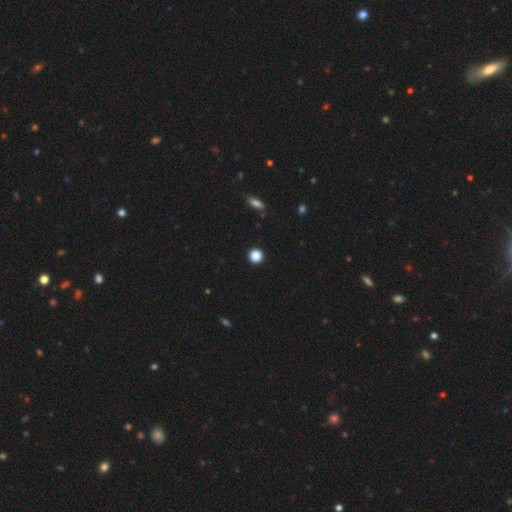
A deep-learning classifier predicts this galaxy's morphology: Q: Smooth or featured?
A: smooth (87%); runner-up: star or artifact (11%)
Q: How rounded?
A: round (95%); runner-up: in between (4%)
Q: Merging?
A: none (93%); runner-up: minor disturbance (4%)